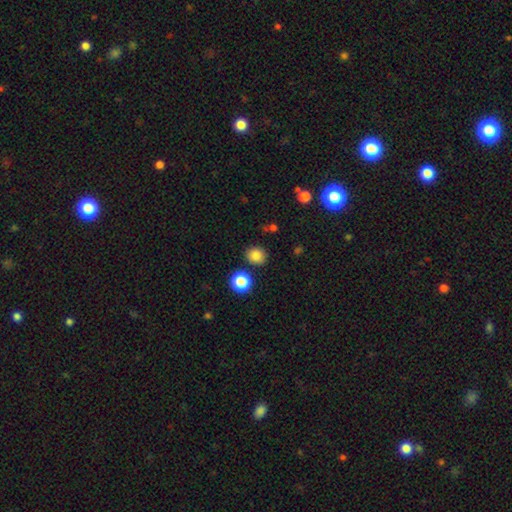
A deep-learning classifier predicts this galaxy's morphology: type=smooth (82%); roundness=round (80%); merging=none (84%).